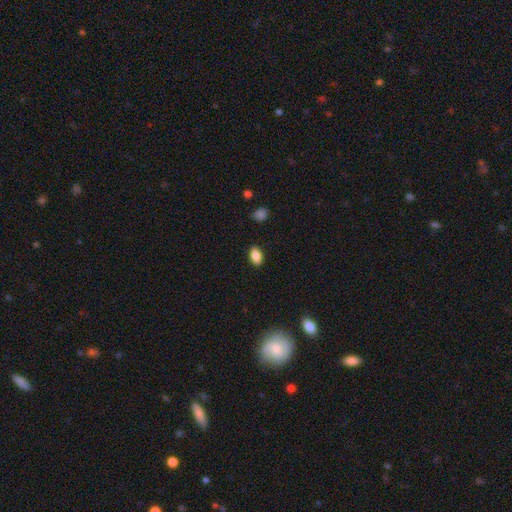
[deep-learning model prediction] This is clearly a smooth galaxy (86%). How rounded: clearly in between (90%). Merging: clearly none (88%).